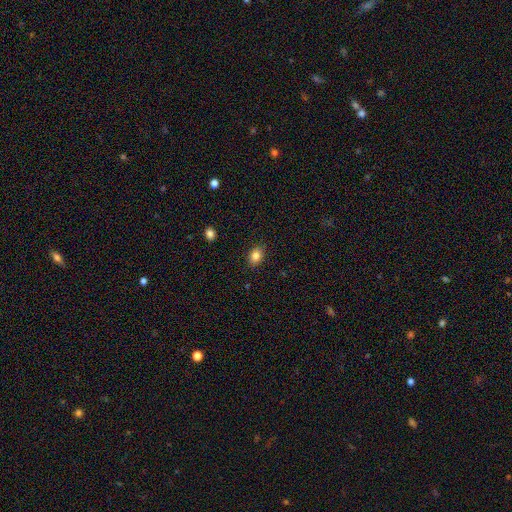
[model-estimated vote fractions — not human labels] Overall: smooth (85%). How rounded: in between (71%). Merging: none (88%).